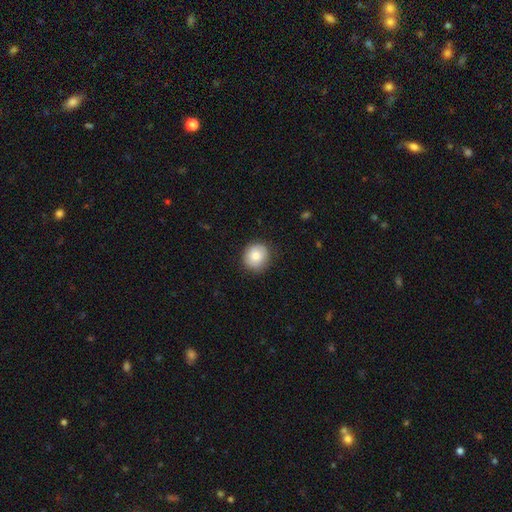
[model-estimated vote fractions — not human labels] A smooth galaxy with no disk features (82%) that is round (89%).

Vote fractions:
- Smooth or featured? smooth: 82% / featured or disk: 10% / star or artifact: 8%
- How rounded? round: 89% / in between: 10% / cigar-shaped: 1%
- Merging? none: 86% / minor disturbance: 11% / major disturbance: 2% / merger: 1%